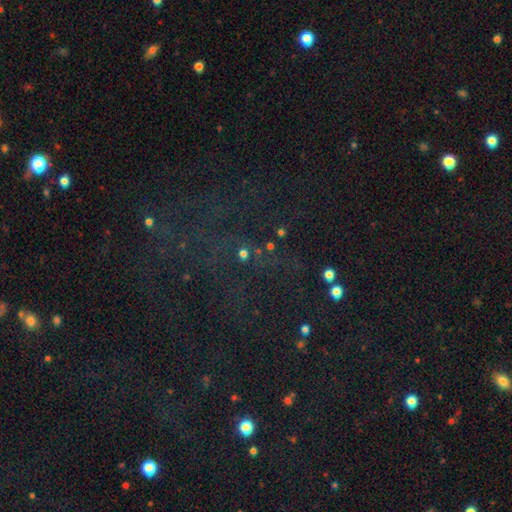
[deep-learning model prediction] Overall: star or artifact (71%).